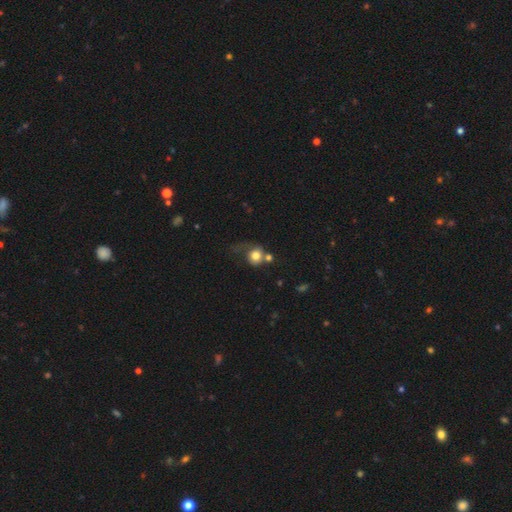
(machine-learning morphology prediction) smooth 75%, featured or disk 14%, star or artifact 10%. Down the decision tree: how rounded — round (79%); merging — none (35%).